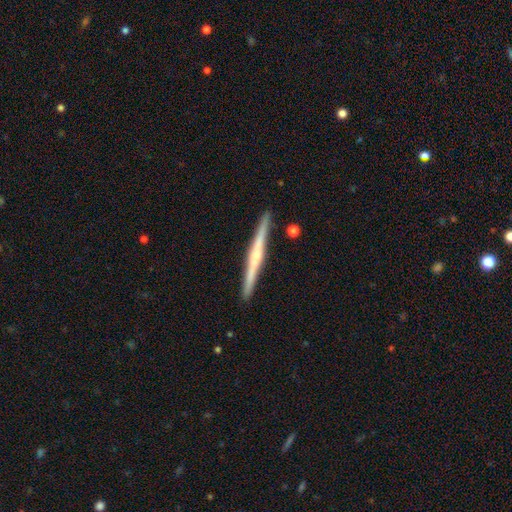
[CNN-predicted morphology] This is likely a featured or disk galaxy (66%). It is clearly viewed edge-on (98%). Edge-on bulge: possibly rounded (53%). Merging: clearly none (90%).